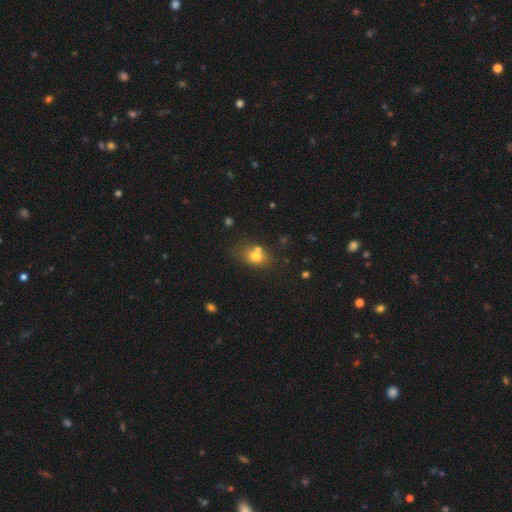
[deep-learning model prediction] Q: Smooth or featured?
A: smooth (71%); runner-up: featured or disk (16%)
Q: How rounded?
A: in between (56%); runner-up: round (42%)
Q: Merging?
A: none (54%); runner-up: merger (27%)